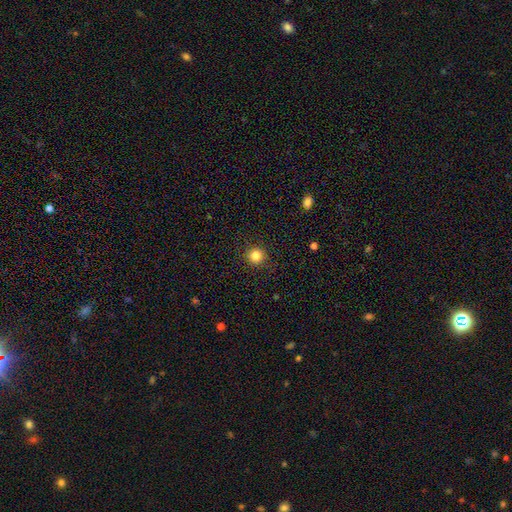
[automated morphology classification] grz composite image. It shows a smooth galaxy with no disk features (83%) that is round (94%). Merging: none (91%).